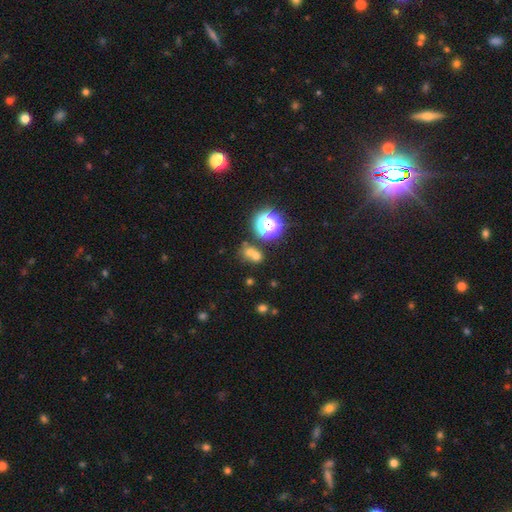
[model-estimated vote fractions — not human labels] A smooth galaxy with no disk features (59%) that is round (72%). Merging: merger (47%).